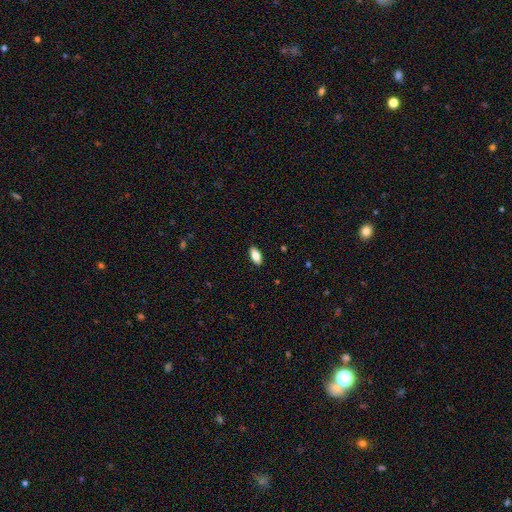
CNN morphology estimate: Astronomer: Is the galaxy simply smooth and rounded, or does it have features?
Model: smooth — 81%.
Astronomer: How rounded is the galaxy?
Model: in between — 88%.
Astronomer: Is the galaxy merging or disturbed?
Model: none — 89%.